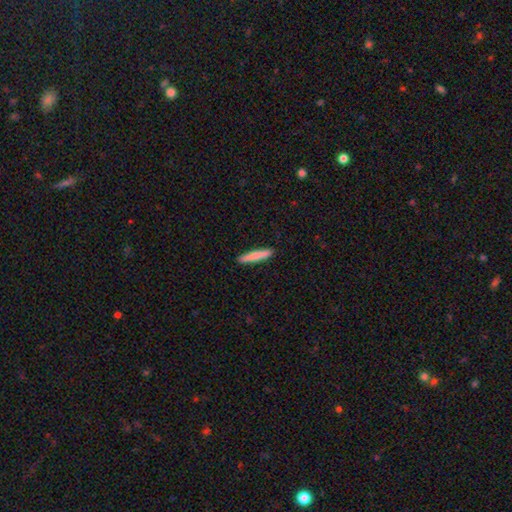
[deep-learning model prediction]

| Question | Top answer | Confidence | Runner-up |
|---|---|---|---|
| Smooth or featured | smooth | 78% | featured or disk (17%) |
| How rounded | cigar-shaped | 94% | in between (5%) |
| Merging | none | 92% | minor disturbance (6%) |